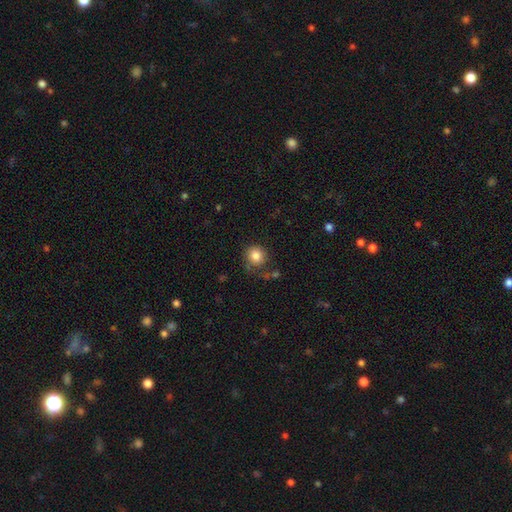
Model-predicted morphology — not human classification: Smooth or featured? Predicted: smooth (p=0.84). How rounded? Predicted: round (p=0.89). Merging? Predicted: none (p=0.70).